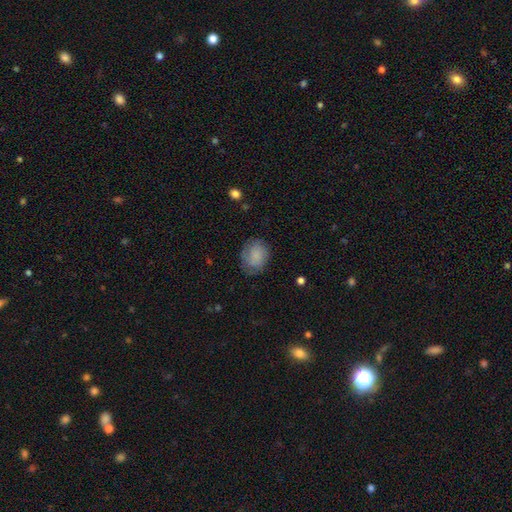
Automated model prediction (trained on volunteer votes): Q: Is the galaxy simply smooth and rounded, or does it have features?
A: smooth — 74%.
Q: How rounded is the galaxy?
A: in between — 53%.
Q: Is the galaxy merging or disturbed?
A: none — 68%.